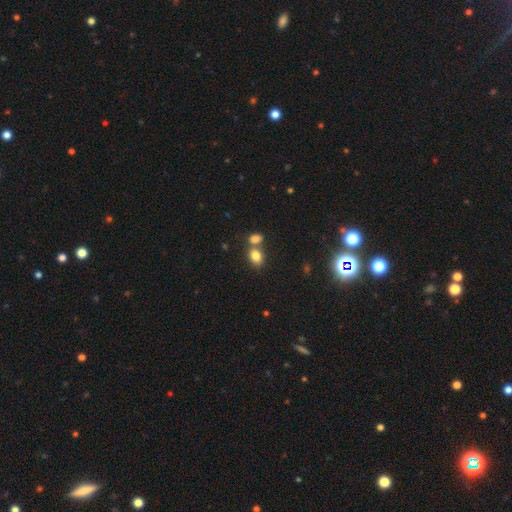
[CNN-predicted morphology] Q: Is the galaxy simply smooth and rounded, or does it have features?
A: smooth — 82%.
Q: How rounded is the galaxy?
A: in between — 71%.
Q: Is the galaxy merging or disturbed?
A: none — 48%.